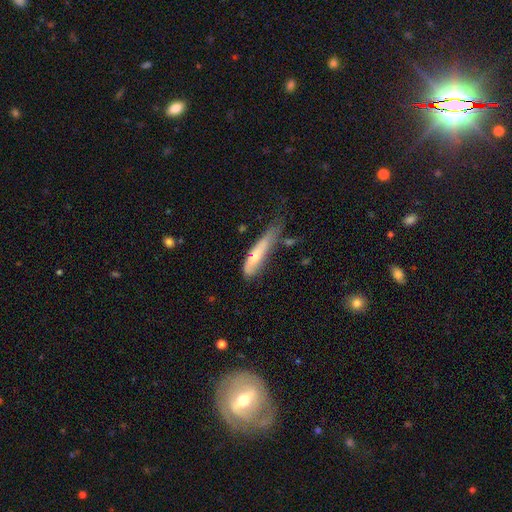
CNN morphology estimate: Smooth or featured? Predicted: smooth (p=0.67). How rounded? Predicted: cigar-shaped (p=0.78). Merging? Predicted: minor disturbance (p=0.37).